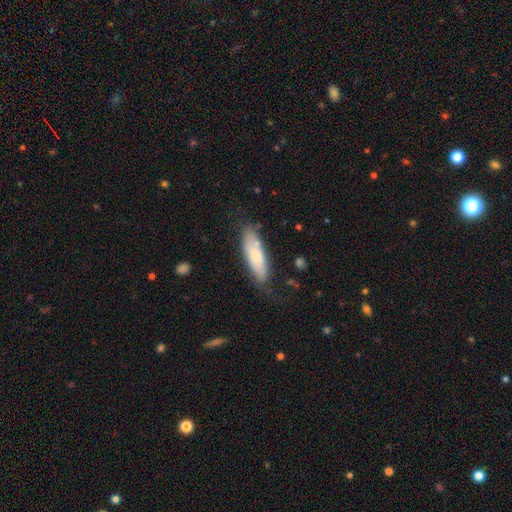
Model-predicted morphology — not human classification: smooth-or-featured: smooth: 70% | featured or disk: 23% | star or artifact: 6%
  how-rounded: in between: 52% | cigar-shaped: 47% | round: 2%
  merging: none: 65% | minor disturbance: 24% | major disturbance: 7% | merger: 4%